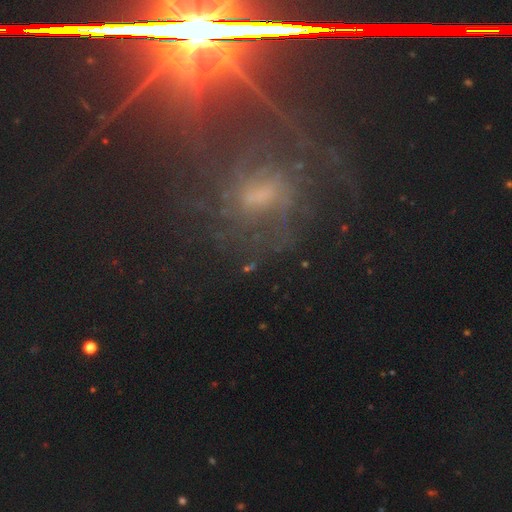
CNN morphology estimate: type=star or artifact (46%).